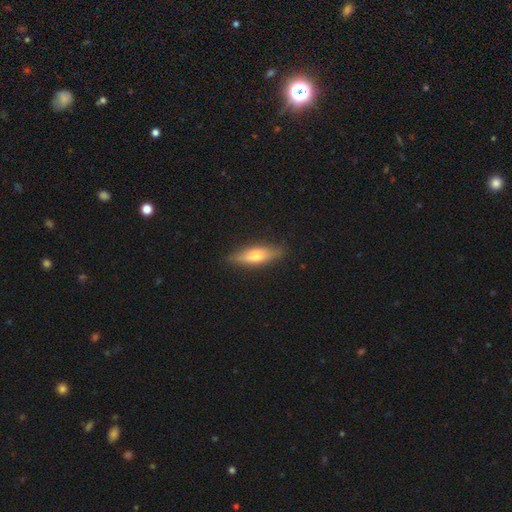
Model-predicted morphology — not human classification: Q: Smooth or featured?
A: smooth (57%); runner-up: featured or disk (37%)
Q: How rounded?
A: cigar-shaped (63%); runner-up: in between (35%)
Q: Merging?
A: none (86%); runner-up: minor disturbance (11%)